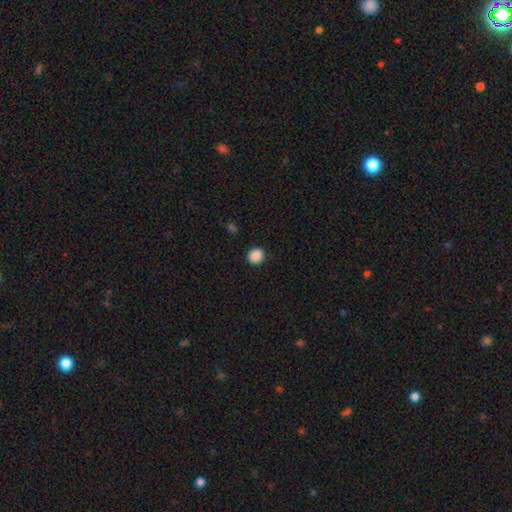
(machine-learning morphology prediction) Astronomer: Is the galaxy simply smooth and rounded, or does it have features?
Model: smooth — 88%.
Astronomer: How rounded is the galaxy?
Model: round — 85%.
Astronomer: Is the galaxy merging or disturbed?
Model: none — 92%.